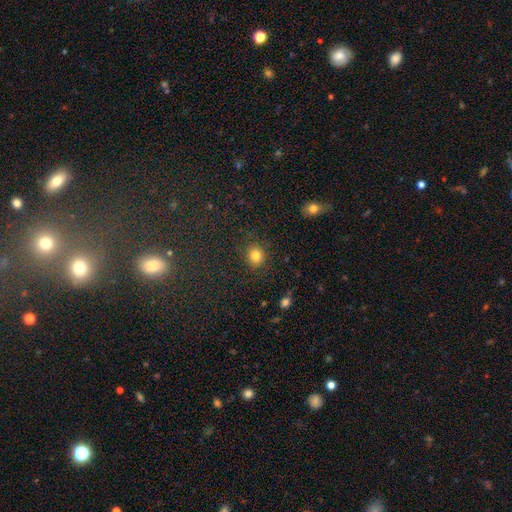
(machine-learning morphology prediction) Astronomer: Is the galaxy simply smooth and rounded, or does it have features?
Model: smooth — 81%.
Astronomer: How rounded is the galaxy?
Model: round — 81%.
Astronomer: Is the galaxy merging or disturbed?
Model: none — 86%.